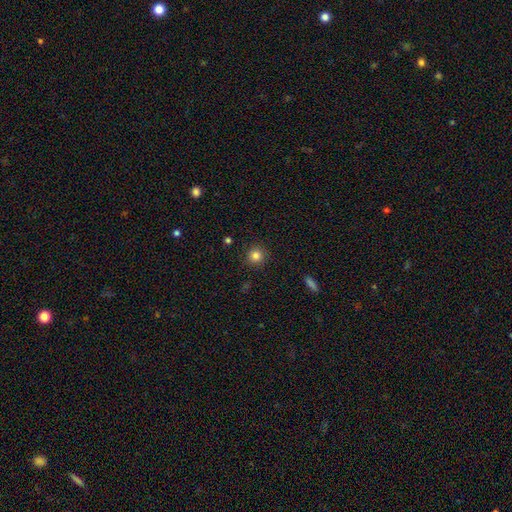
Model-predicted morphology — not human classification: This appears to be a smooth galaxy with no disk features (83%) that is round (93%). Merging: none (91%).